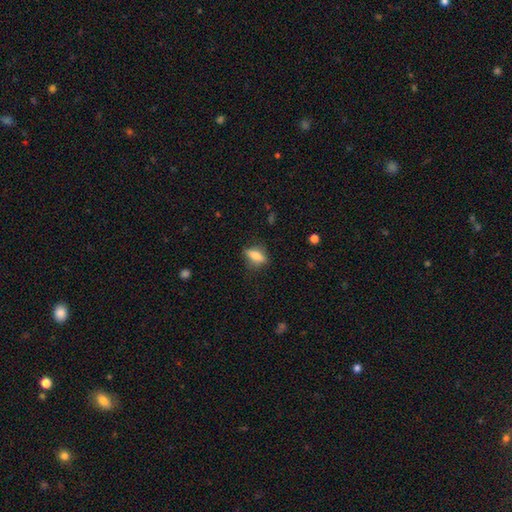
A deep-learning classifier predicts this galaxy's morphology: A smooth galaxy with no disk features (67%) that is in between round and cigar-shaped (65%). Merging: none (76%).